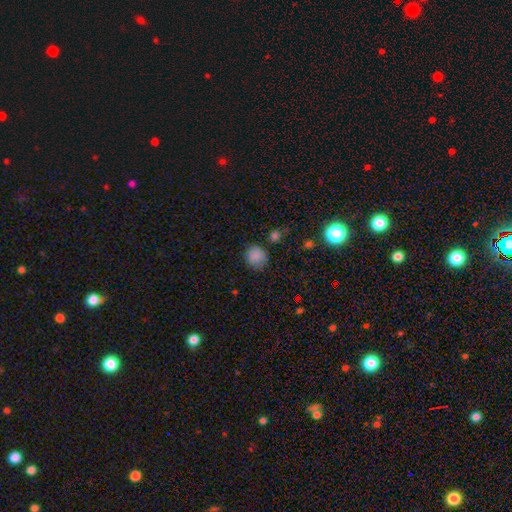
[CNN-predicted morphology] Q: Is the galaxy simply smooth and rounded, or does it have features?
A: smooth — 84%.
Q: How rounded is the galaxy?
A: round — 81%.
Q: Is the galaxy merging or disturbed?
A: none — 78%.